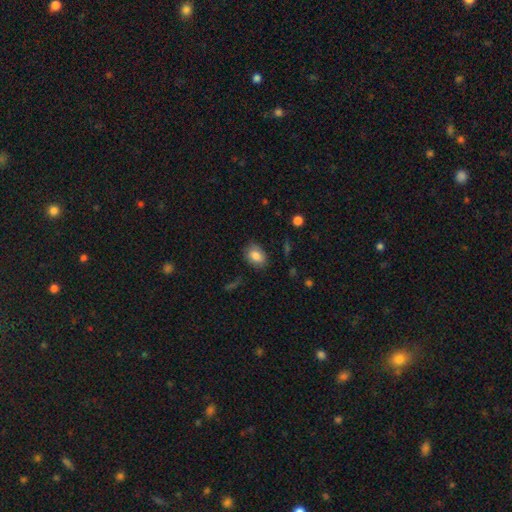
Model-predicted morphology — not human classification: This is clearly a smooth galaxy (82%). How rounded: likely in between (76%). Merging: likely none (77%).